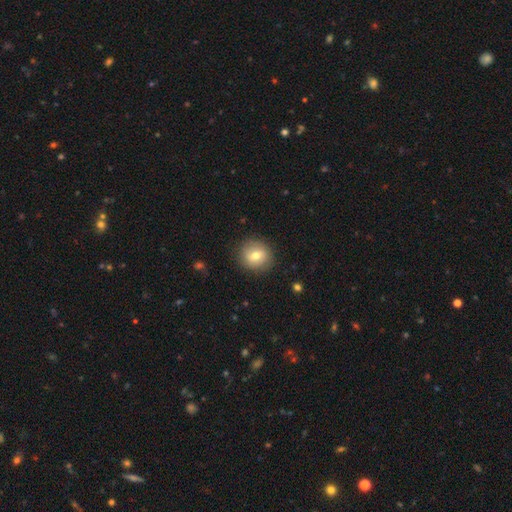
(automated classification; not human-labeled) This is likely a smooth galaxy (71%). How rounded: clearly round (86%). Merging: clearly none (86%).